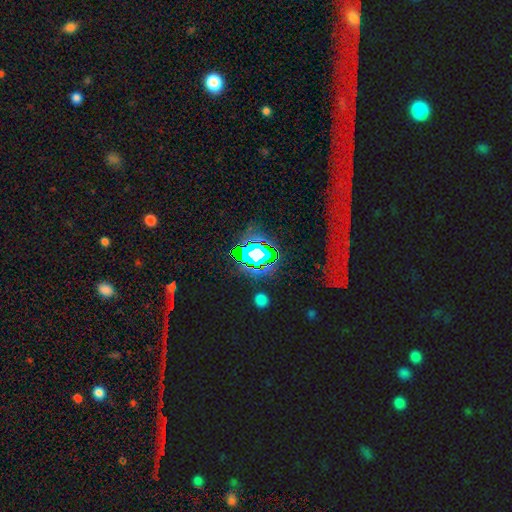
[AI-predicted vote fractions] Morphology: type=star or artifact (66%).